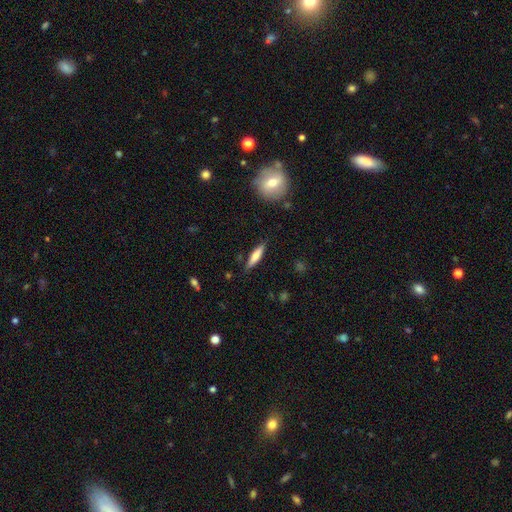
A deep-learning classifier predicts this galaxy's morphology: type=smooth (67%); roundness=cigar-shaped (76%); merging=none (85%).